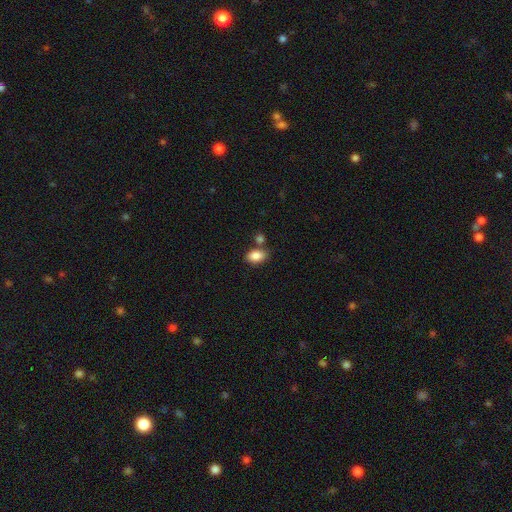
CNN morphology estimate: The model was most divided on "merging": none: 68%, merger: 16%, minor disturbance: 13%, major disturbance: 3%. More confident: how rounded — in between (87%); smooth or featured — smooth (86%).